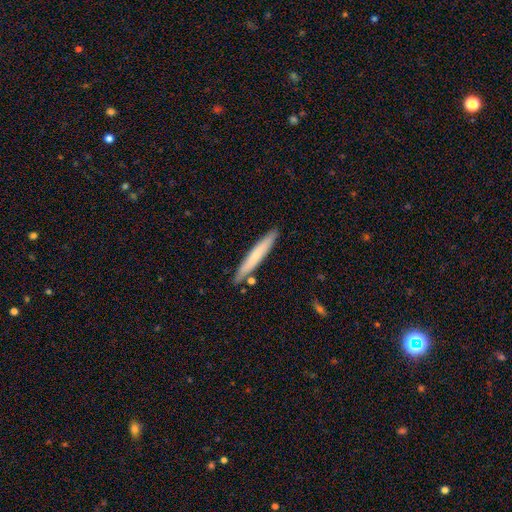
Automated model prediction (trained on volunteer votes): A smooth galaxy with no disk features (64%) that is cigar-shaped (95%). Merging: none (86%).